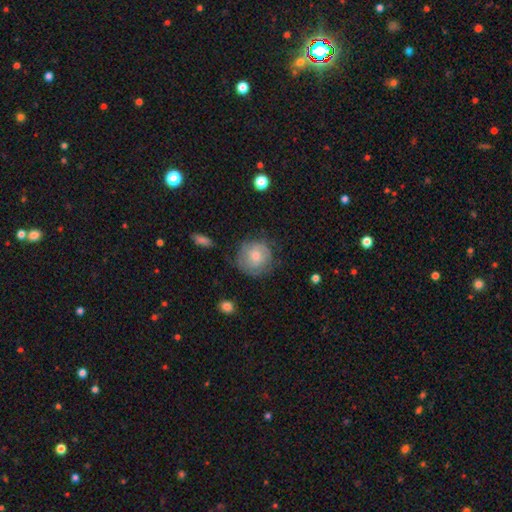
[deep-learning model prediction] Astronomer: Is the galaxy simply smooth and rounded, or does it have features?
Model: smooth — 60%.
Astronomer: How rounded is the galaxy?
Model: round — 89%.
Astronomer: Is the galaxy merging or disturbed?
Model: none — 68%.